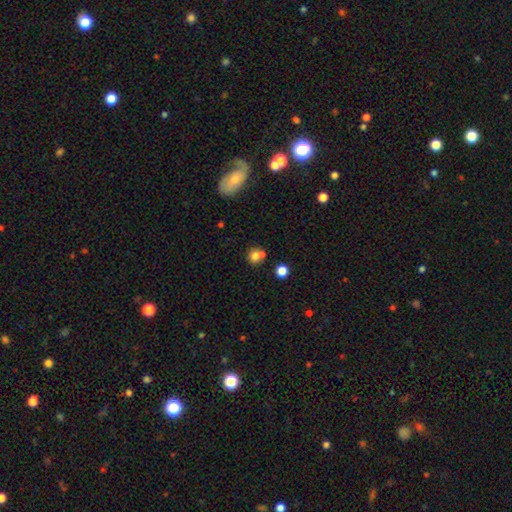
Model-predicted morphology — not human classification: This is likely a smooth galaxy (77%). How rounded: clearly round (86%). Merging: possibly none (54%).